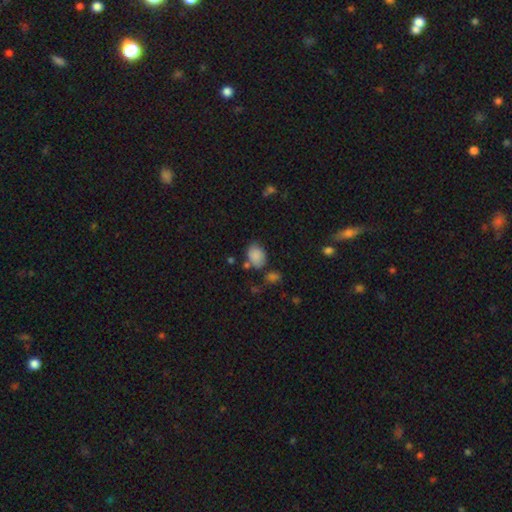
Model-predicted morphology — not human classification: A smooth galaxy with no disk features (85%) that is in between round and cigar-shaped (69%).

Vote fractions:
- Smooth or featured? smooth: 85% / star or artifact: 9% / featured or disk: 6%
- How rounded? in between: 69% / round: 30% / cigar-shaped: 1%
- Merging? none: 62% / minor disturbance: 21% / merger: 10% / major disturbance: 6%